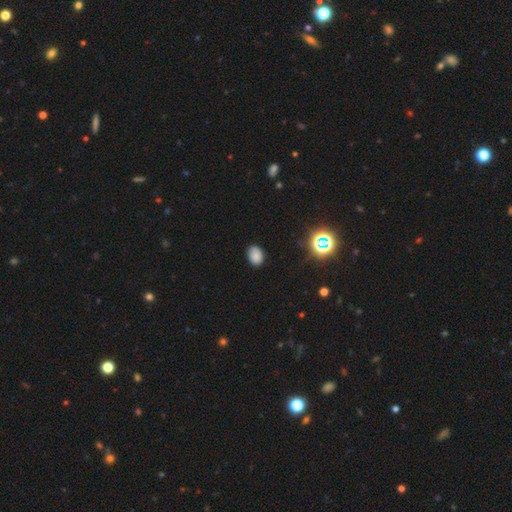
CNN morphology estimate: This appears to be a smooth galaxy with no disk features (80%) that is in between round and cigar-shaped (73%). Merging: none (80%).